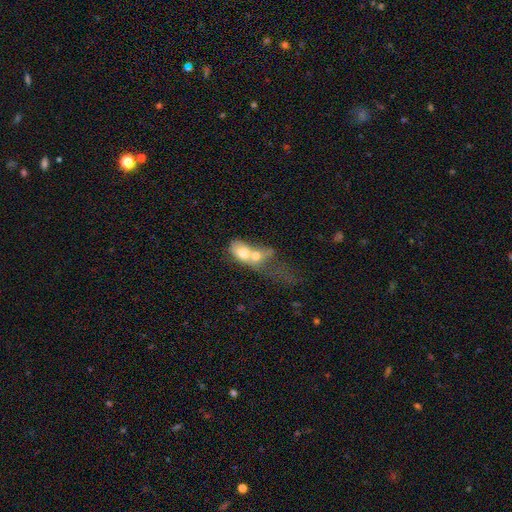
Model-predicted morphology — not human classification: This appears to be a smooth galaxy with no disk features (61%) that is in between round and cigar-shaped (65%). Merging: merger (81%).